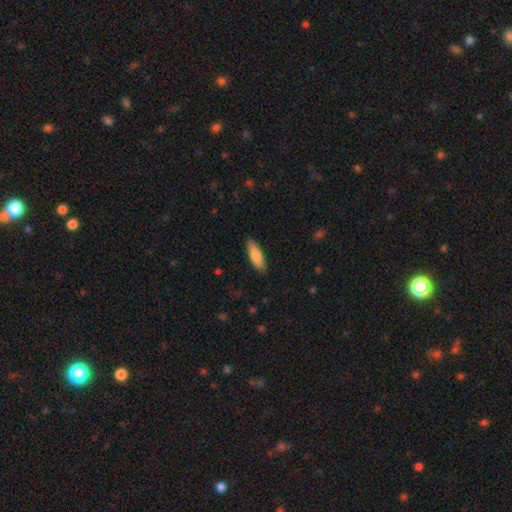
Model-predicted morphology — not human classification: This appears to be a smooth galaxy with no disk features (84%) that is in between round and cigar-shaped (56%). Merging: none (87%).